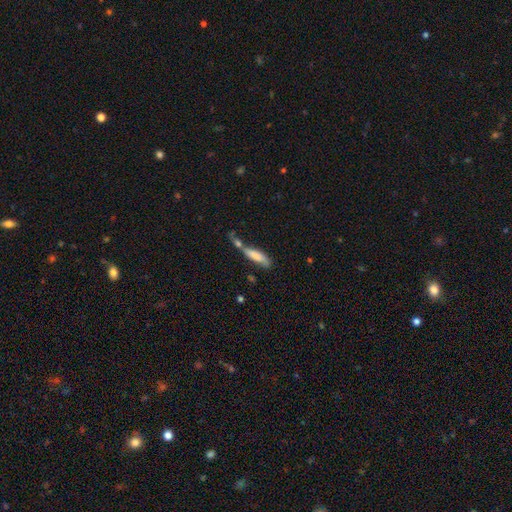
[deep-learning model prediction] Smooth or featured: smooth — 73% (featured or disk — 19%)
How rounded: cigar-shaped — 66% (in between — 32%)
Merging: merger — 47% (none — 27%)